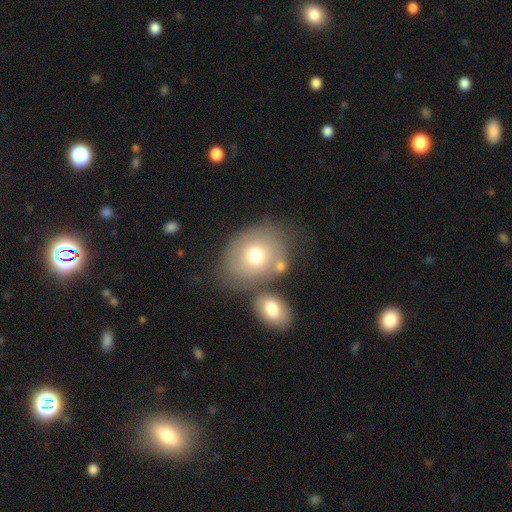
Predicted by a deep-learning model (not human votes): Smooth or featured? smooth (65%)
How rounded? in between (52%)
Merging? none (56%)